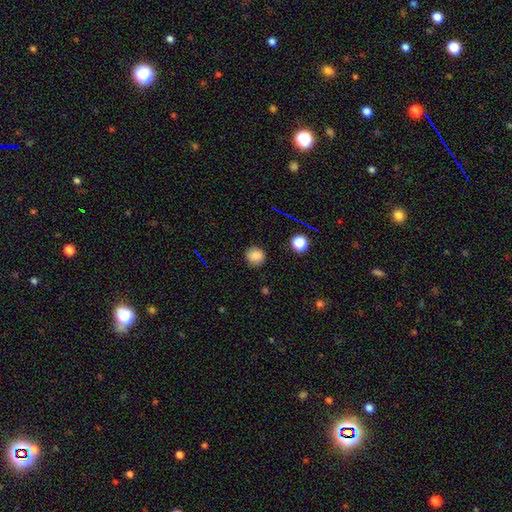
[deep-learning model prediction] Overall: smooth (84%). How rounded: round (87%). Merging: none (86%).